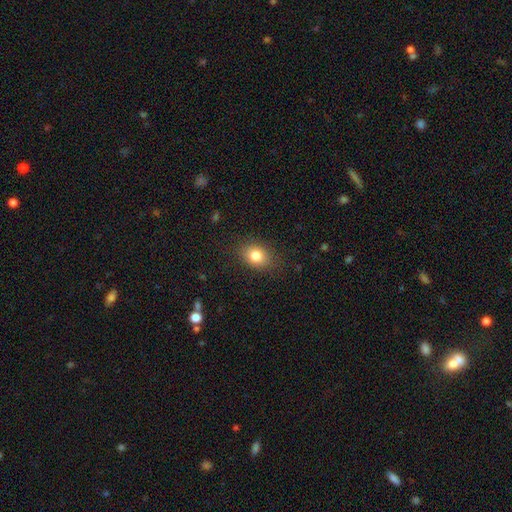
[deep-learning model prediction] A smooth galaxy with no disk features (82%) that is in between round and cigar-shaped (62%). Merging: none (84%).